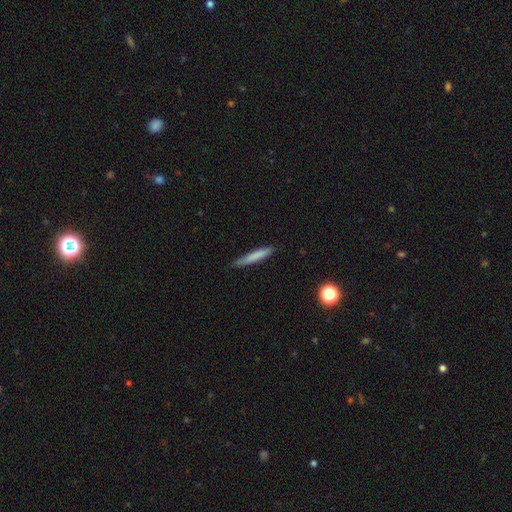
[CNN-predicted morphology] Overall: smooth (76%). How rounded: cigar-shaped (94%). Merging: none (82%).